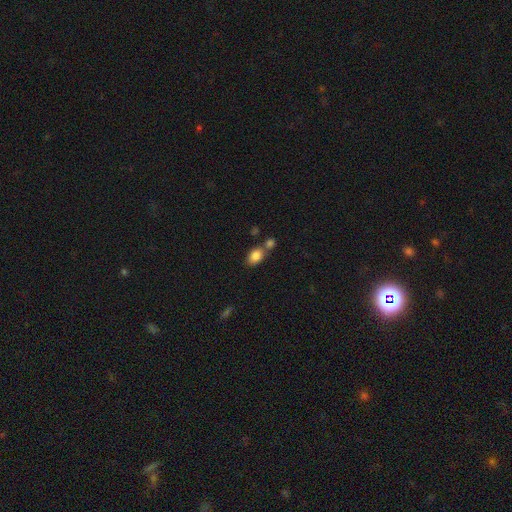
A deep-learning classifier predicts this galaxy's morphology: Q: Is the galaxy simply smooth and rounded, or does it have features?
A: smooth — 85%.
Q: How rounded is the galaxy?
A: in between — 82%.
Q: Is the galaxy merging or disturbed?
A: none — 50%.